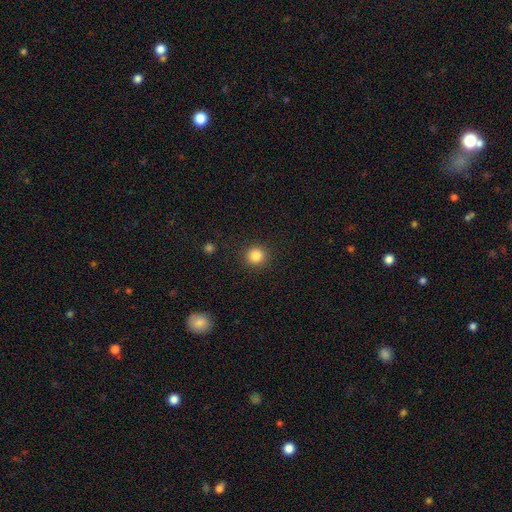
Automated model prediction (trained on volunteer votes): This appears to be a smooth galaxy with no disk features (85%) that is round (93%). Merging: none (91%).